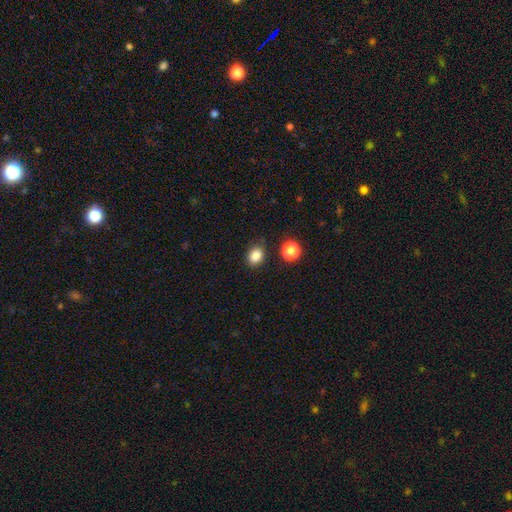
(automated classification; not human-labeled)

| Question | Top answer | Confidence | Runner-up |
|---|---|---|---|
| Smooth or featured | smooth | 85% | star or artifact (11%) |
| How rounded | in between | 58% | round (41%) |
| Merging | none | 83% | minor disturbance (10%) |